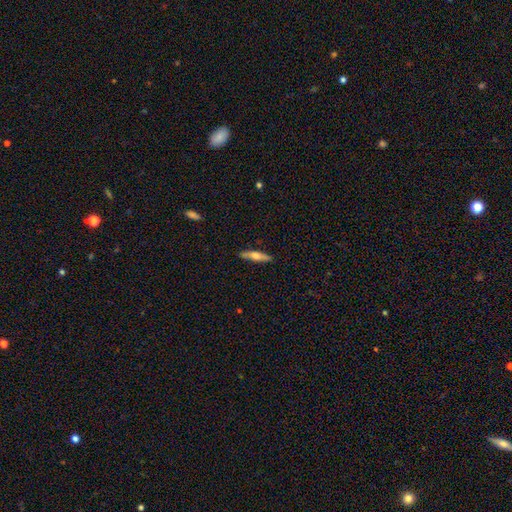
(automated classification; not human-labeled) This appears to be a smooth galaxy with no disk features (51%) that is cigar-shaped (81%). Merging: none (87%).